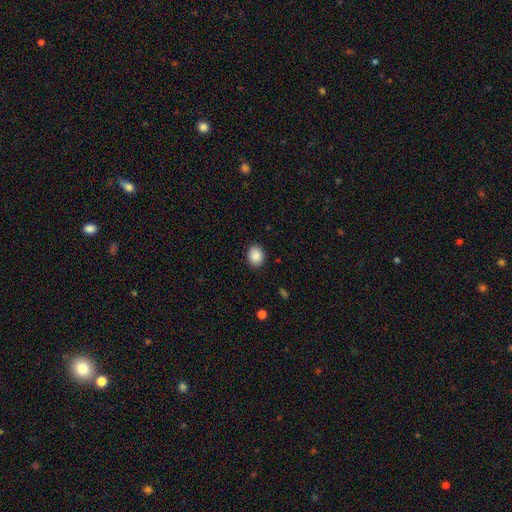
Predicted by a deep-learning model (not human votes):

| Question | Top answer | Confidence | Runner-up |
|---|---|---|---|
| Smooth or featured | smooth | 89% | star or artifact (8%) |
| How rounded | round | 51% | in between (48%) |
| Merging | none | 90% | minor disturbance (7%) |